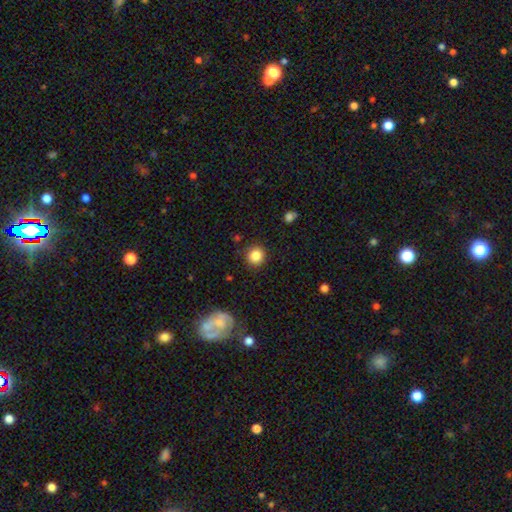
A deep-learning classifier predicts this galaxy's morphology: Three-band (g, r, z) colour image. It shows a smooth galaxy with no disk features (85%) that is round (90%). Merging: none (90%).